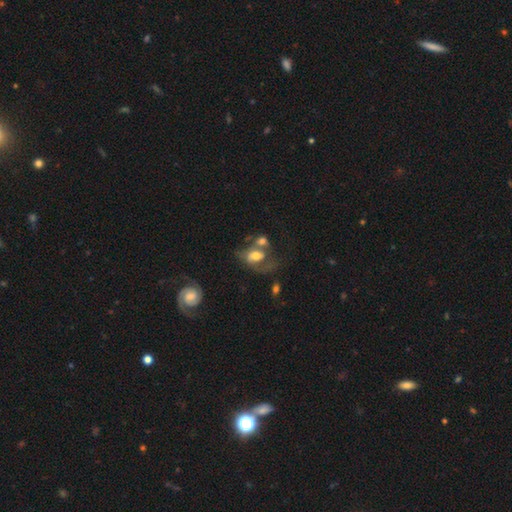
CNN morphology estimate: Smooth or featured: featured or disk — 50% (smooth — 41%)
Edge-on disk: no — 94% (yes — 6%)
Merging: merger — 47% (none — 22%)